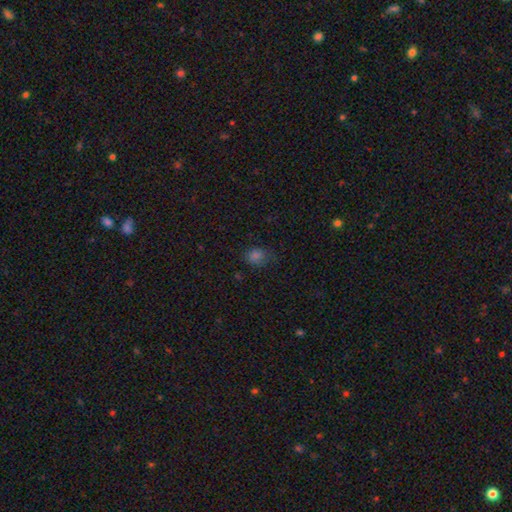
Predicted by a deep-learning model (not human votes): A smooth galaxy with no disk features (74%) that is in between round and cigar-shaped (61%). Merging: none (66%).